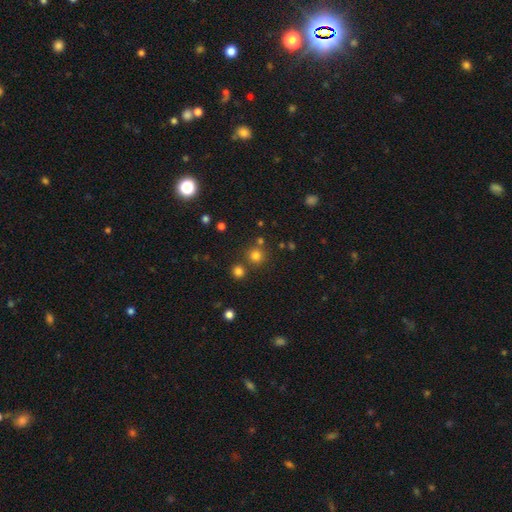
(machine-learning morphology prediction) Q: Smooth or featured?
A: smooth (75%); runner-up: star or artifact (19%)
Q: How rounded?
A: round (94%); runner-up: in between (6%)
Q: Merging?
A: none (78%); runner-up: merger (13%)